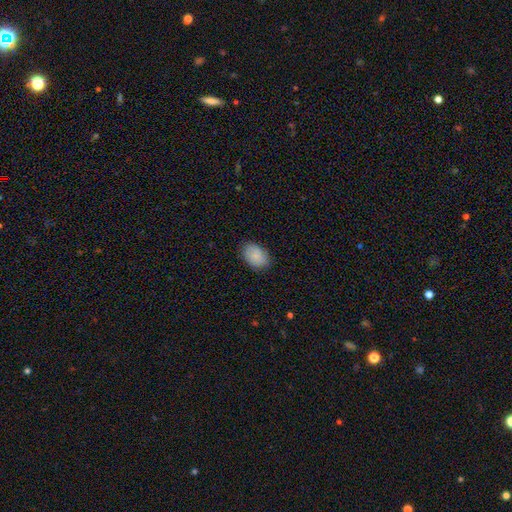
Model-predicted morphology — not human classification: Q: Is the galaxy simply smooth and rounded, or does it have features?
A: smooth — 86%.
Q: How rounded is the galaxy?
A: in between — 85%.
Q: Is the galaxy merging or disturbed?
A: none — 83%.